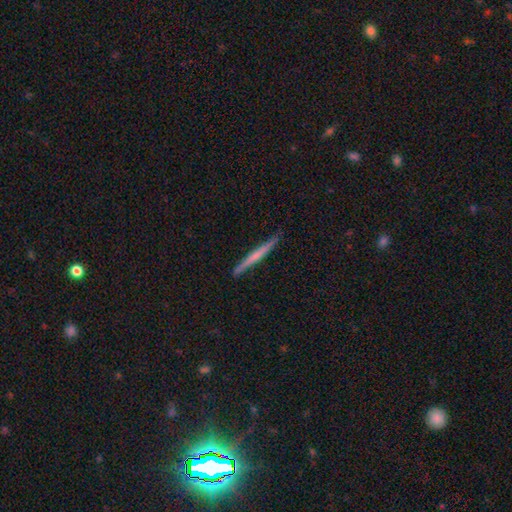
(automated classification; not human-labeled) This appears to be a featured or disk galaxy (48%). Merging: none (88%).